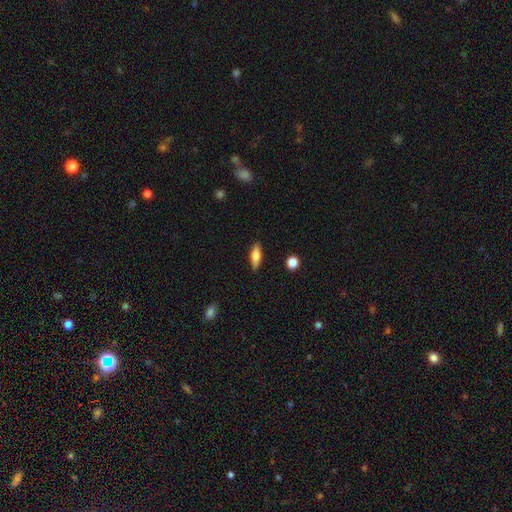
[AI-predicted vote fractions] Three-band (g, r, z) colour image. It shows a smooth galaxy with no disk features (70%) that is in between round and cigar-shaped (53%). Merging: none (88%).